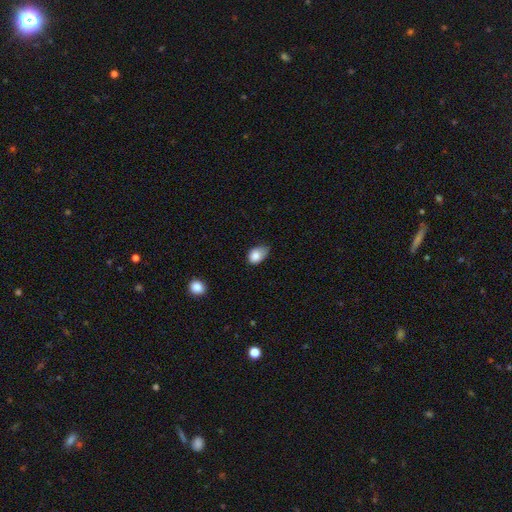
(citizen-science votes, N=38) smooth-or-featured: smooth: 82% | star or artifact: 11% | featured or disk: 8%
  how-rounded: in between: 58% | round: 39% | cigar-shaped: 3%
  merging: minor disturbance: 71% | none: 21% | major disturbance: 9% | merger: 0%